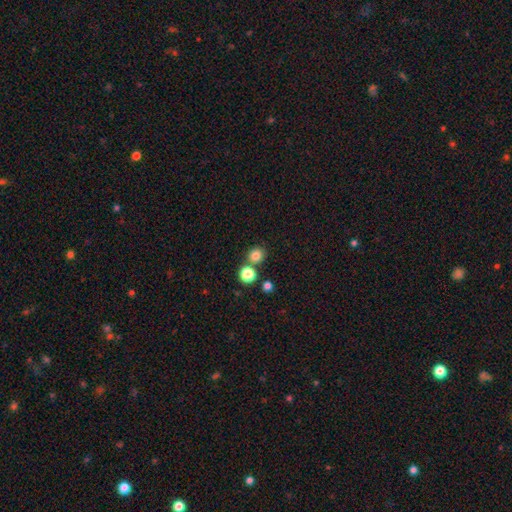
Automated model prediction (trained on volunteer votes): The model was most divided on "merging": none: 73%, merger: 17%, minor disturbance: 7%, major disturbance: 2%. More confident: how rounded — round (88%); smooth or featured — smooth (81%).